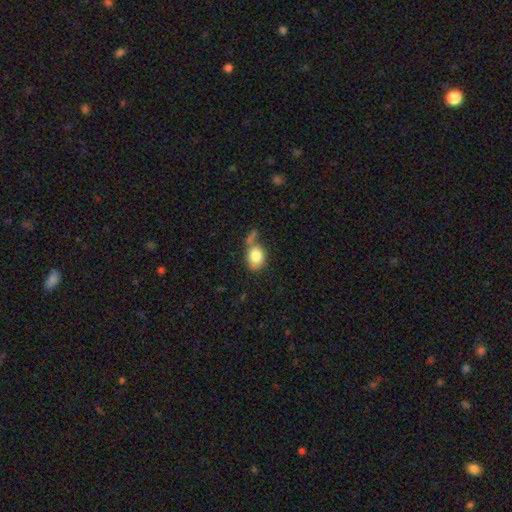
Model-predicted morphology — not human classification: Smooth or featured: smooth — 81% (featured or disk — 10%)
How rounded: in between — 70% (round — 29%)
Merging: none — 48% (minor disturbance — 23%)